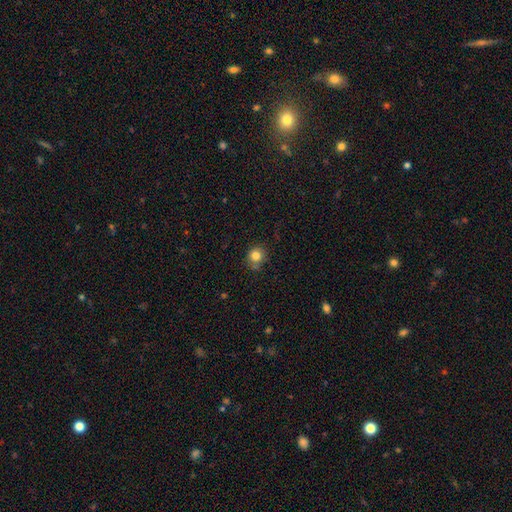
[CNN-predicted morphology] type=smooth (83%); roundness=round (87%); merging=none (76%).